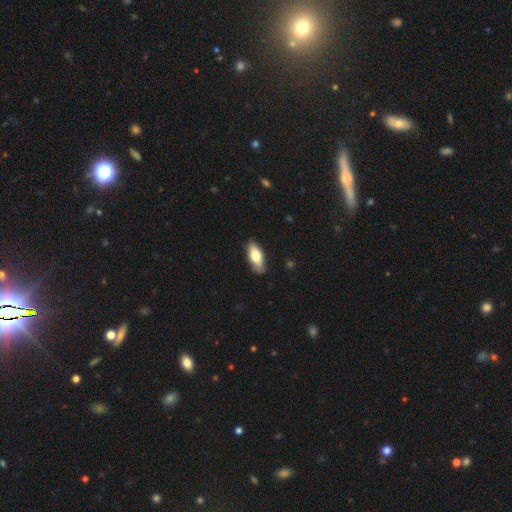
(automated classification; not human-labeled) Smooth or featured?
  - smooth: 72% *
  - featured or disk: 22%
  - star or artifact: 6%
How rounded?
  - in between: 79% *
  - cigar-shaped: 19%
  - round: 2%
Merging?
  - none: 81% *
  - minor disturbance: 15%
  - major disturbance: 3%
  - merger: 1%